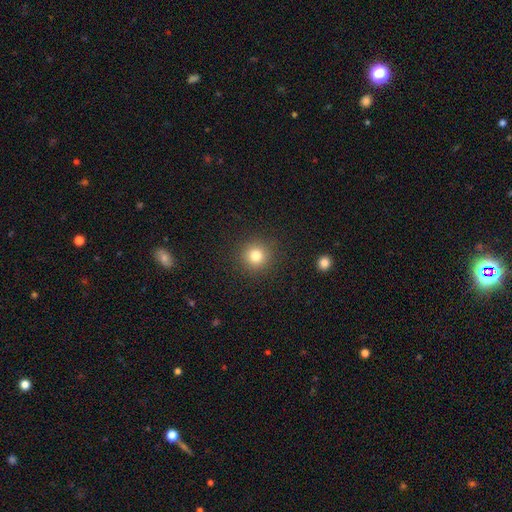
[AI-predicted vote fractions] smooth 80%, star or artifact 13%, featured or disk 7%. Down the decision tree: how rounded — round (94%); merging — none (90%).